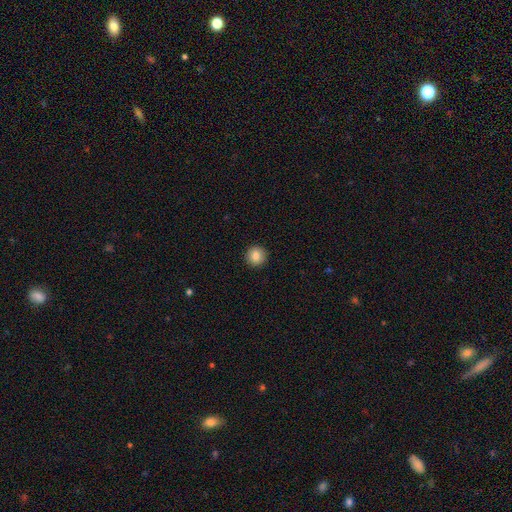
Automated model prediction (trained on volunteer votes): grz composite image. It shows a smooth galaxy with no disk features (85%) that is round (95%). Merging: none (93%).